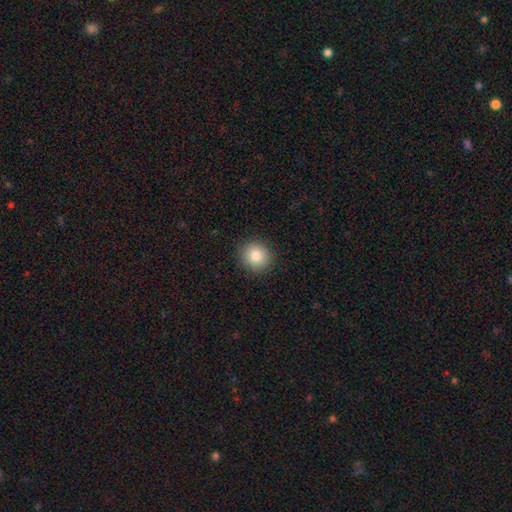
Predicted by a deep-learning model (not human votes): The model was most divided on "smooth or featured": smooth: 83%, star or artifact: 10%, featured or disk: 7%. More confident: merging — none (91%); how rounded — round (90%).